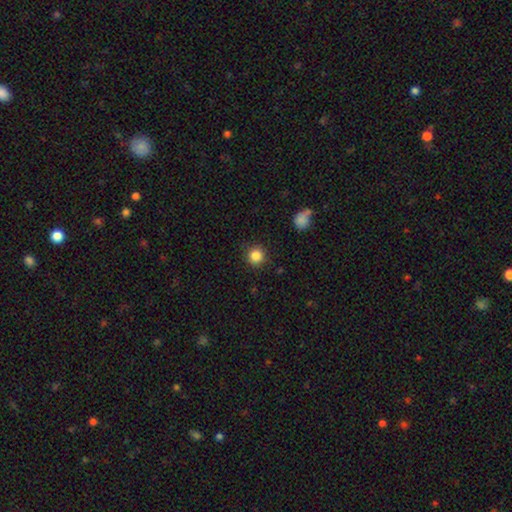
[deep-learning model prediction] Morphology: type=smooth (86%); roundness=round (94%); merging=none (89%).